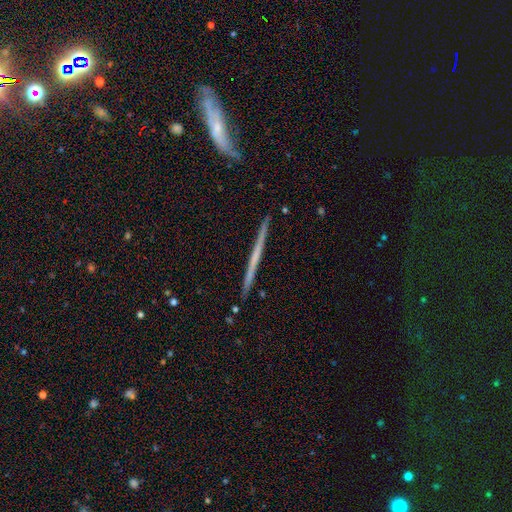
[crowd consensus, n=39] Smooth or featured?
  - featured or disk: 72% *
  - smooth: 28%
  - star or artifact: 0%
Edge-on disk?
  - yes: 96% *
  - no: 4%
Edge-on bulge?
  - none: 93% *
  - boxy: 4%
  - rounded: 4%
Merging?
  - none: 97% *
  - merger: 3%
  - minor disturbance: 0%
  - major disturbance: 0%